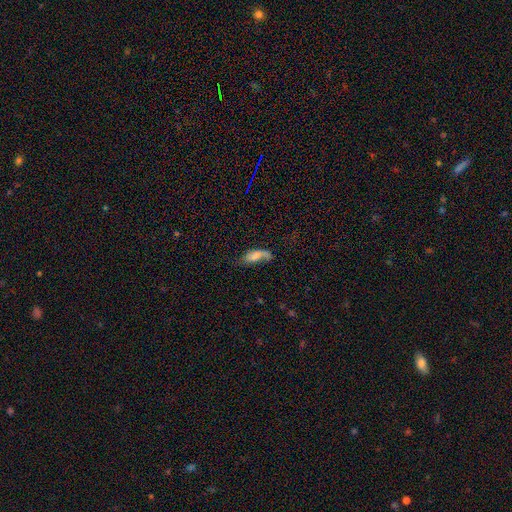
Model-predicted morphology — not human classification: smooth 65%, featured or disk 26%, star or artifact 10%. Down the decision tree: how rounded — in between (76%); merging — none (35%).